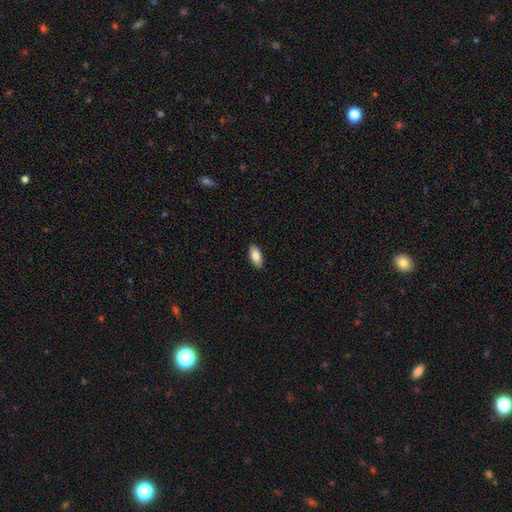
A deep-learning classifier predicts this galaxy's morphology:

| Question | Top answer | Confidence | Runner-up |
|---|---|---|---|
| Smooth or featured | smooth | 87% | featured or disk (7%) |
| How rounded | in between | 87% | cigar-shaped (11%) |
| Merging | none | 89% | minor disturbance (8%) |